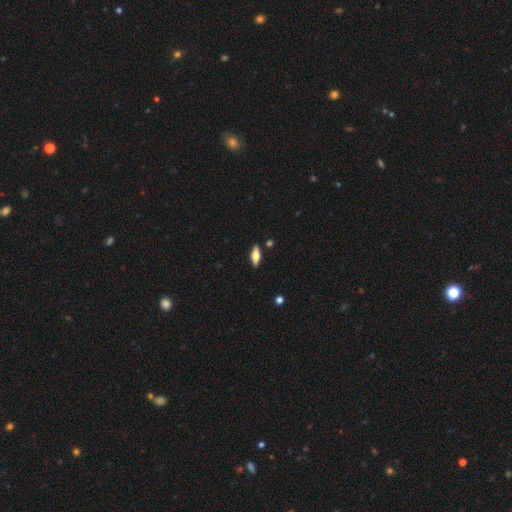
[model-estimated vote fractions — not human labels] Morphology: type=smooth (61%); roundness=in between (68%); merging=none (88%).